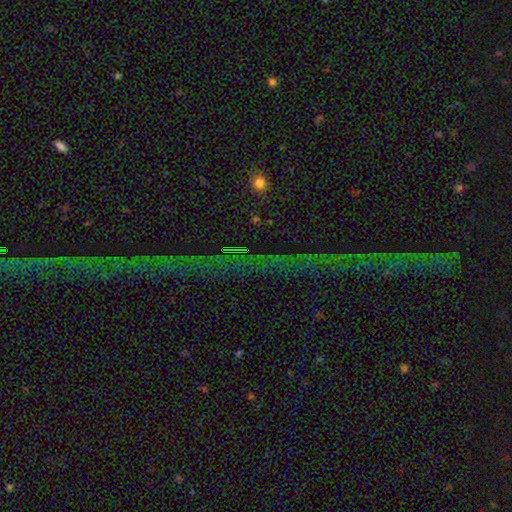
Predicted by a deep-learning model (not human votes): star or artifact 75%, featured or disk 14%, smooth 11%.